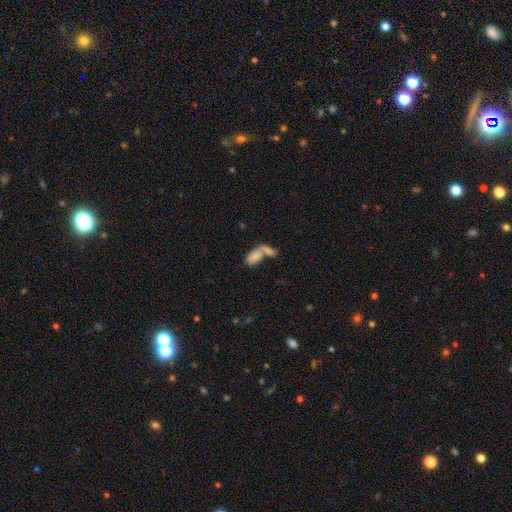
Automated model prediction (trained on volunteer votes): Smooth or featured? smooth (76%)
How rounded? in between (89%)
Merging? merger (66%)